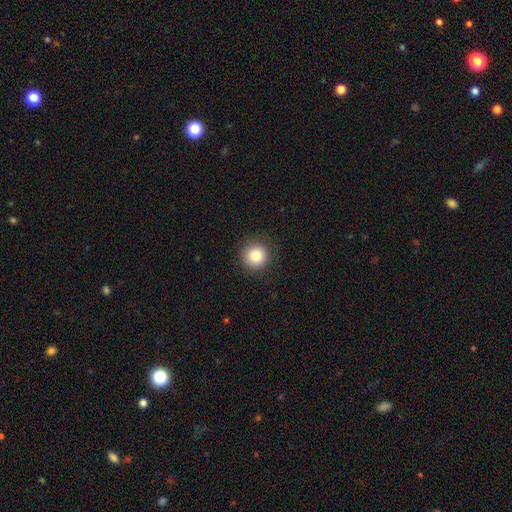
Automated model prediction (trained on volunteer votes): Smooth or featured? smooth (85%)
How rounded? round (94%)
Merging? none (91%)